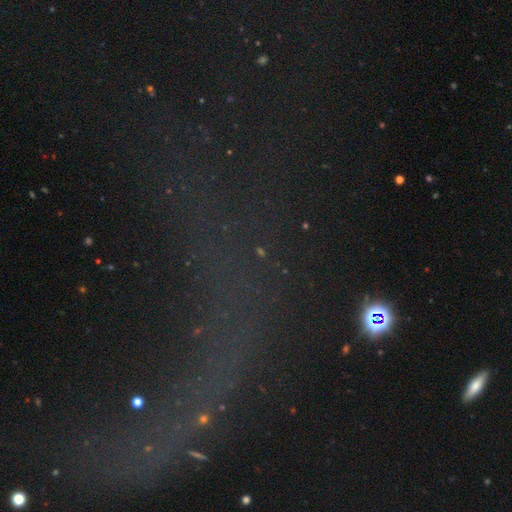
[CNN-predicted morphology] type=star or artifact (50%).